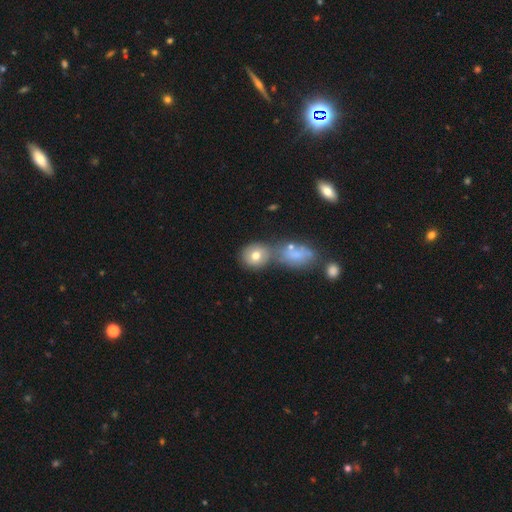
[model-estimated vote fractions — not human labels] Smooth or featured?
  - smooth: 74% *
  - featured or disk: 16%
  - star or artifact: 10%
How rounded?
  - round: 71% *
  - in between: 27%
  - cigar-shaped: 2%
Merging?
  - none: 50% *
  - merger: 33%
  - minor disturbance: 12%
  - major disturbance: 5%